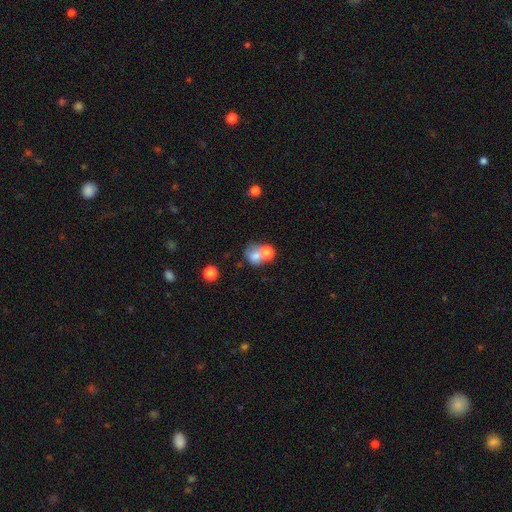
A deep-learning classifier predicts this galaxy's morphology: Smooth or featured? Predicted: smooth (p=0.71). How rounded? Predicted: round (p=0.63). Merging? Predicted: merger (p=0.56).